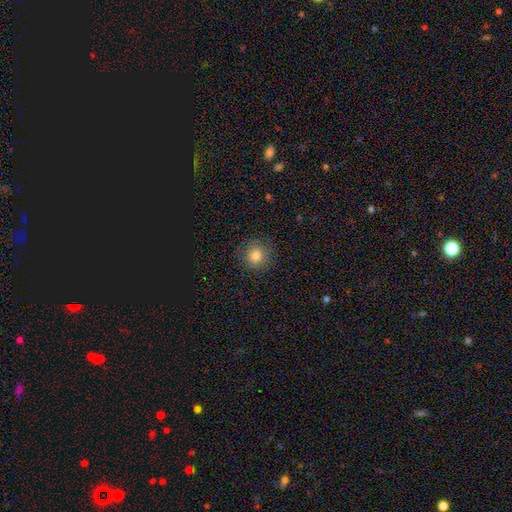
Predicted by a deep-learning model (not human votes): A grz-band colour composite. It shows a smooth galaxy with no disk features (82%) that is round (92%). Merging: none (87%).